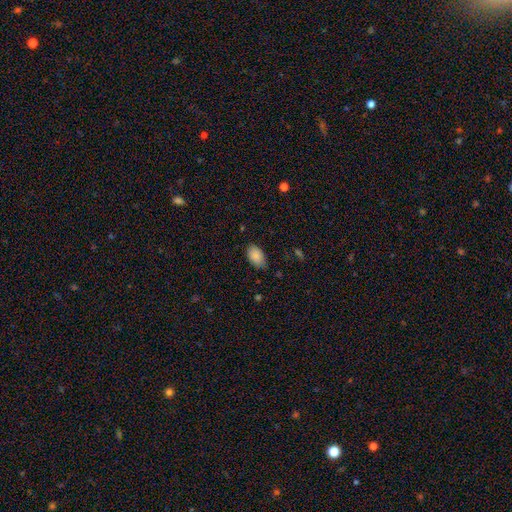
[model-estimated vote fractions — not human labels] A smooth galaxy with no disk features (88%) that is in between round and cigar-shaped (92%).

Vote fractions:
- Smooth or featured? smooth: 88% / star or artifact: 7% / featured or disk: 5%
- How rounded? in between: 92% / round: 6% / cigar-shaped: 1%
- Merging? none: 79% / minor disturbance: 17% / major disturbance: 3% / merger: 1%